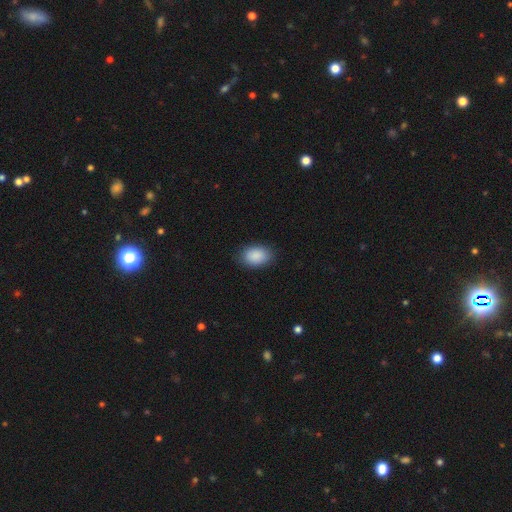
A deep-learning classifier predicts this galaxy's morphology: Overall: smooth (90%). How rounded: in between (83%). Merging: none (86%).